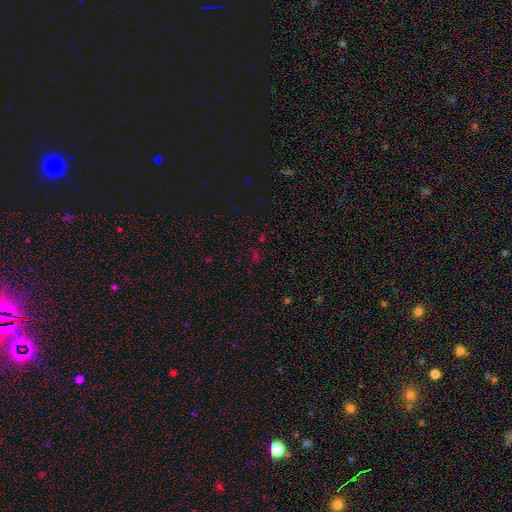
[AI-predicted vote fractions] star or artifact 60%, smooth 30%, featured or disk 9%.